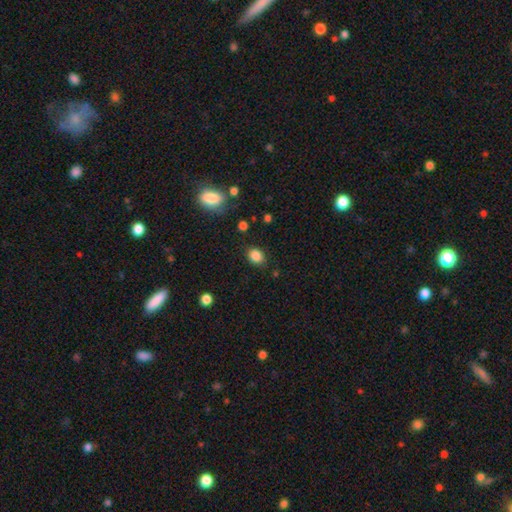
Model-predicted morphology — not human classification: A smooth galaxy with no disk features (85%) that is in between round and cigar-shaped (54%). Merging: none (84%).